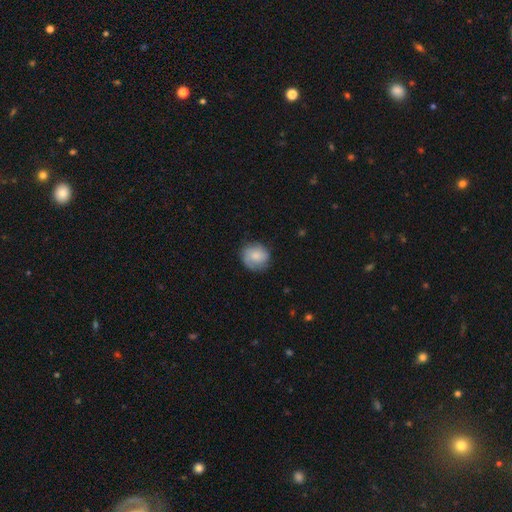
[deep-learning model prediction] Q: Smooth or featured?
A: smooth (76%); runner-up: featured or disk (17%)
Q: How rounded?
A: round (85%); runner-up: in between (14%)
Q: Merging?
A: none (77%); runner-up: minor disturbance (18%)